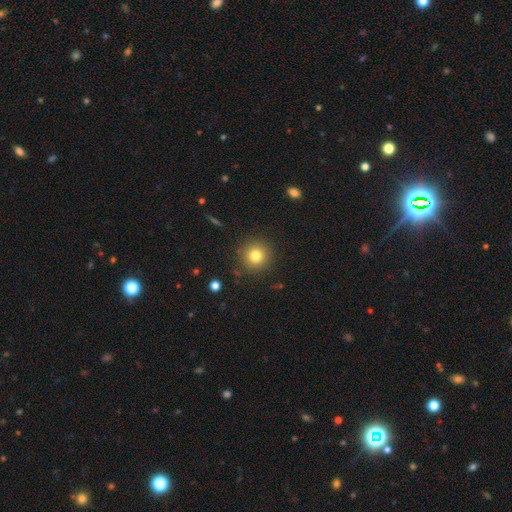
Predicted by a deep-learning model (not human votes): Overall: smooth (79%). How rounded: round (95%). Merging: none (89%).